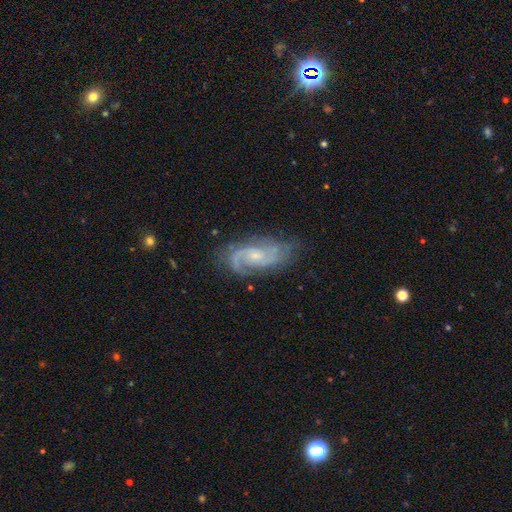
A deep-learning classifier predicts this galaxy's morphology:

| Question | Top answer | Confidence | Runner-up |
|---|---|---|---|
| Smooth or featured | featured or disk | 86% | smooth (8%) |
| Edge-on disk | no | 96% | yes (4%) |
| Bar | no | 59% | weak (36%) |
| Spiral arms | yes | 97% | no (3%) |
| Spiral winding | medium | 51% | tight (27%) |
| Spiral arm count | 2 | 72% | can't tell (10%) |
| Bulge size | small | 59% | moderate (34%) |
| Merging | none | 69% | minor disturbance (21%) |